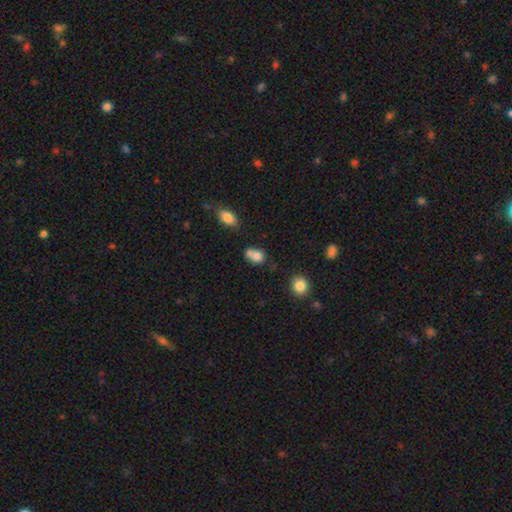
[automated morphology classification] Smooth or featured? smooth (77%)
How rounded? round (52%)
Merging? merger (46%)